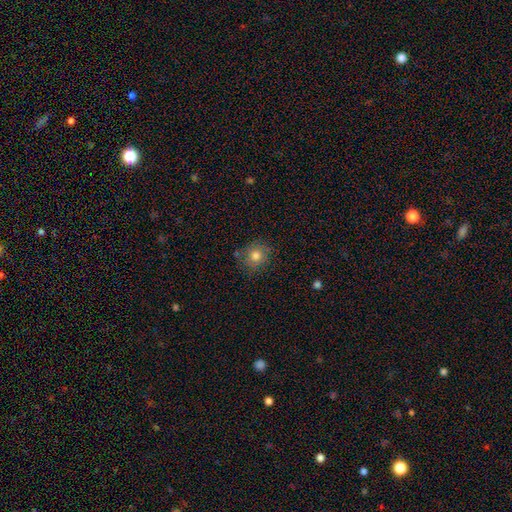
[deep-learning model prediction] Morphology: type=smooth (79%); roundness=round (85%); merging=none (79%).